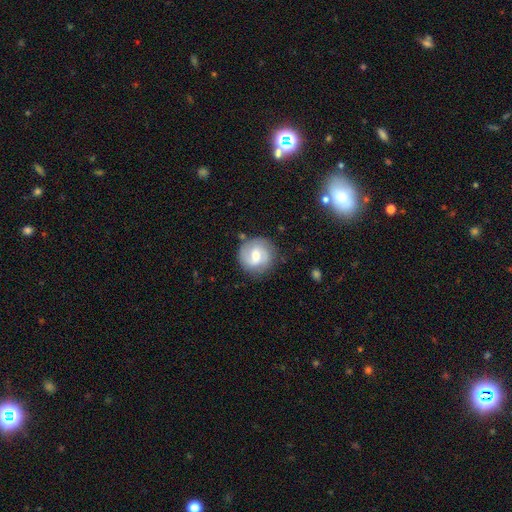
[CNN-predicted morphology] Smooth or featured? featured or disk (61%)
Edge-on disk? no (97%)
Bar? weak (56%)
Spiral arms? yes (86%)
Spiral winding? medium (43%)
Spiral arm count? 2 (77%)
Bulge size? moderate (64%)
Merging? none (81%)